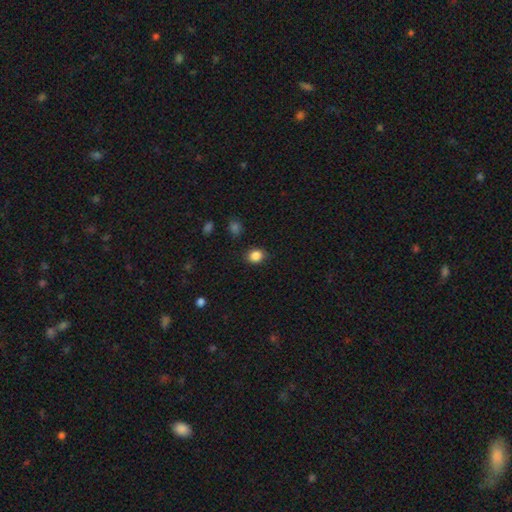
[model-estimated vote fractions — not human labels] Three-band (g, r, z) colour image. It shows a smooth galaxy with no disk features (86%) that is round (64%). Merging: none (84%).